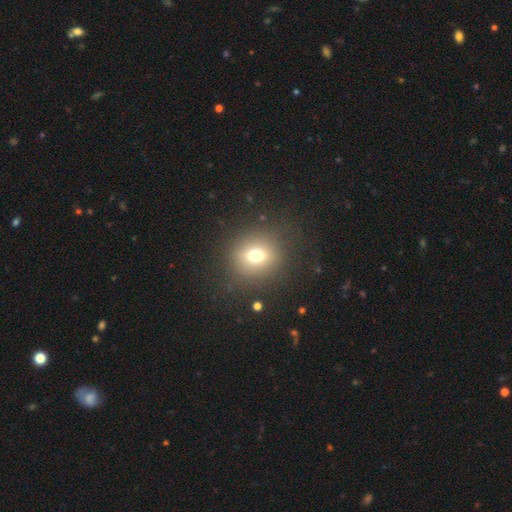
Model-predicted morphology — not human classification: type=smooth (70%); roundness=round (76%); merging=none (83%).